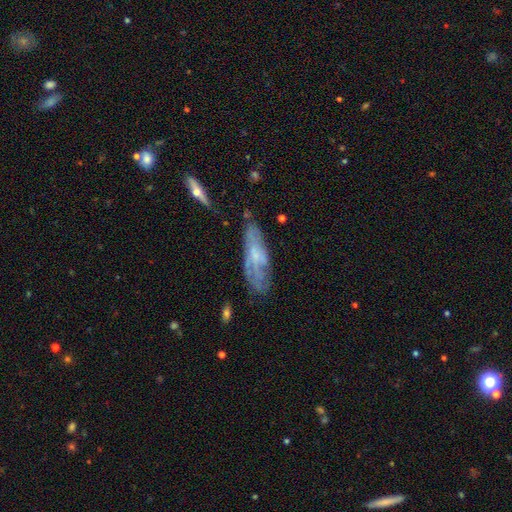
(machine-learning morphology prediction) smooth_or_featured: featured or disk (p=0.56) [alt: smooth p=0.36]
disk_edge_on: no (p=0.74) [alt: yes p=0.26]
merging: none (p=0.62) [alt: minor disturbance p=0.25]